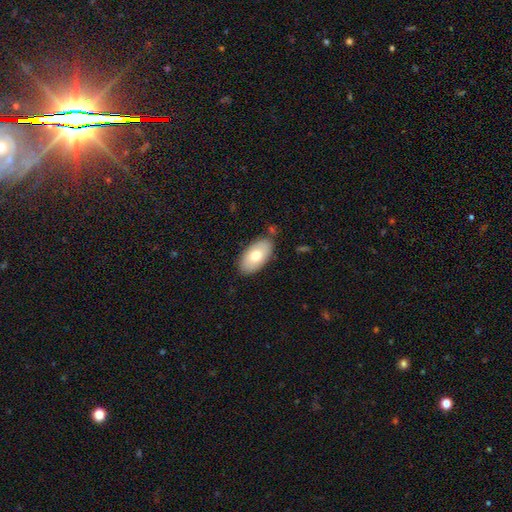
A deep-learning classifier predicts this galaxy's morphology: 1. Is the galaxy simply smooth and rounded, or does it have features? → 73% smooth, 21% featured or disk, 6% star or artifact.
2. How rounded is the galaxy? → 95% in between, 3% round, 2% cigar-shaped.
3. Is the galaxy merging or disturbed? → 82% none, 12% minor disturbance, 3% merger, 3% major disturbance.